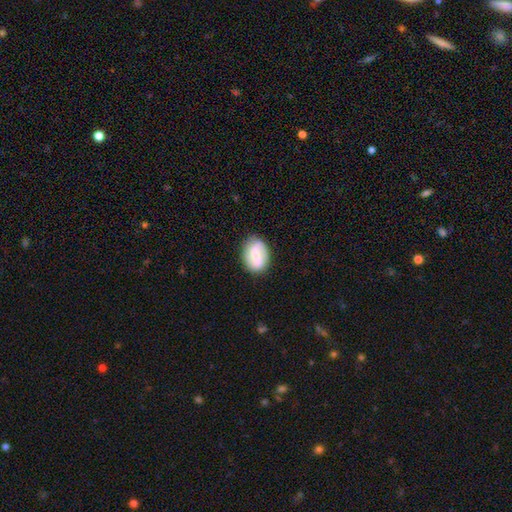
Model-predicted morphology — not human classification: smooth-or-featured: featured or disk: 59% | smooth: 34% | star or artifact: 6%
  disk-edge-on: no: 97% | yes: 3%
    bar: weak: 49% | no: 32% | strong: 19%
    has-spiral-arms: yes: 88% | no: 12%
      spiral-winding: loose: 45% | medium: 37% | tight: 18%
      spiral-arm-count: 2: 87% | can't tell: 6% | 1: 3% | 3: 1% | 4: 1% | more than 4: 1%
    bulge-size: small: 50% | moderate: 40% | none: 5% | large: 3% | dominant: 1%
  merging: none: 83% | minor disturbance: 13% | major disturbance: 3% | merger: 1%